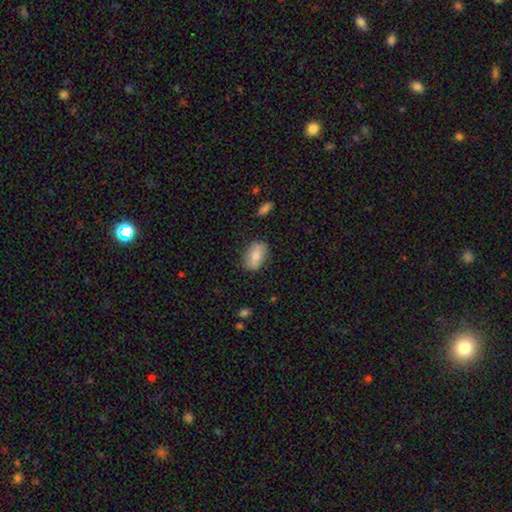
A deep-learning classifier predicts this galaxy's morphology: This is likely a smooth galaxy (68%). How rounded: clearly in between (84%). Merging: clearly none (81%).